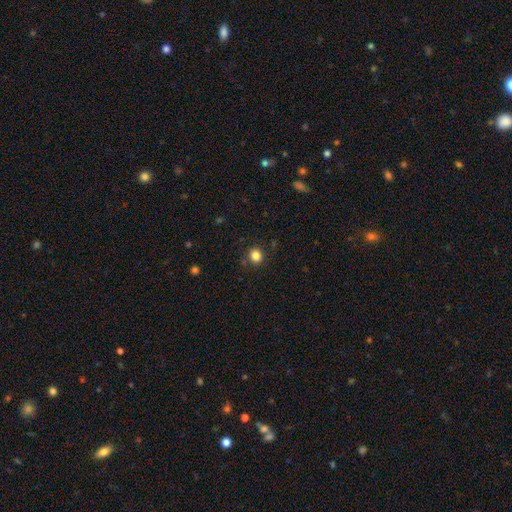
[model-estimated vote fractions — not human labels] smooth_or_featured: smooth (p=0.83) [alt: star or artifact p=0.12]
how_rounded: round (p=0.83) [alt: in between p=0.17]
merging: none (p=0.88) [alt: minor disturbance p=0.08]